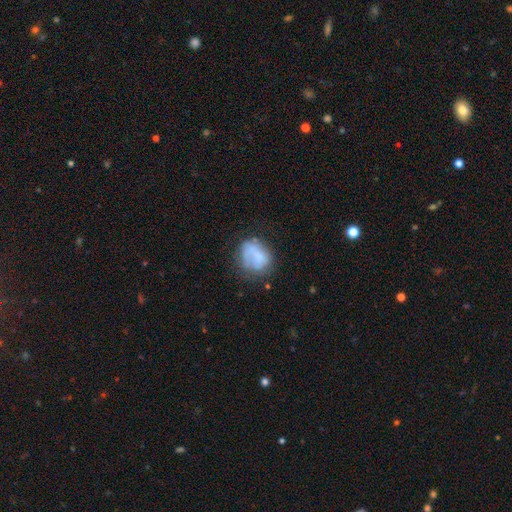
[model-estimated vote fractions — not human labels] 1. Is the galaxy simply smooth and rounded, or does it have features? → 62% smooth, 29% featured or disk, 9% star or artifact.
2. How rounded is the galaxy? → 60% round, 39% in between, 1% cigar-shaped.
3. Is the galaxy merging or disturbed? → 47% none, 28% minor disturbance, 20% major disturbance, 6% merger.